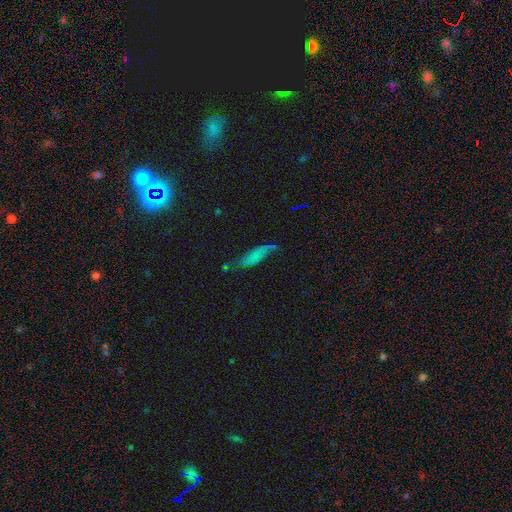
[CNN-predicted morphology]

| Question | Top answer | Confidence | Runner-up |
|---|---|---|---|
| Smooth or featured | featured or disk | 44% | smooth (42%) |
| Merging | none | 45% | minor disturbance (30%) |